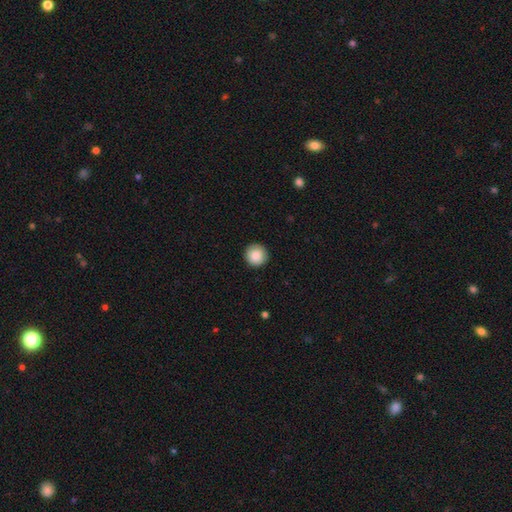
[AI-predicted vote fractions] Smooth or featured: smooth — 88% (star or artifact — 8%)
How rounded: round — 96% (in between — 3%)
Merging: none — 91% (minor disturbance — 6%)